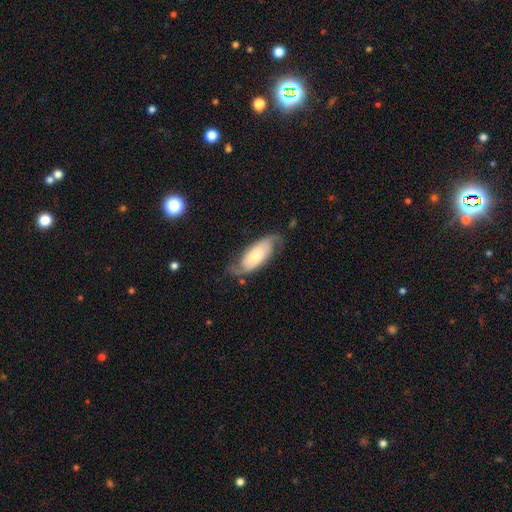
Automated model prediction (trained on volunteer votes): Q: Smooth or featured?
A: featured or disk (65%); runner-up: smooth (29%)
Q: Edge-on disk?
A: no (91%); runner-up: yes (9%)
Q: Bar?
A: no (68%); runner-up: weak (23%)
Q: Spiral arms?
A: yes (91%); runner-up: no (9%)
Q: Spiral winding?
A: medium (39%); runner-up: loose (37%)
Q: Spiral arm count?
A: 2 (87%); runner-up: can't tell (7%)
Q: Bulge size?
A: small (44%); runner-up: moderate (36%)
Q: Merging?
A: none (67%); runner-up: minor disturbance (21%)